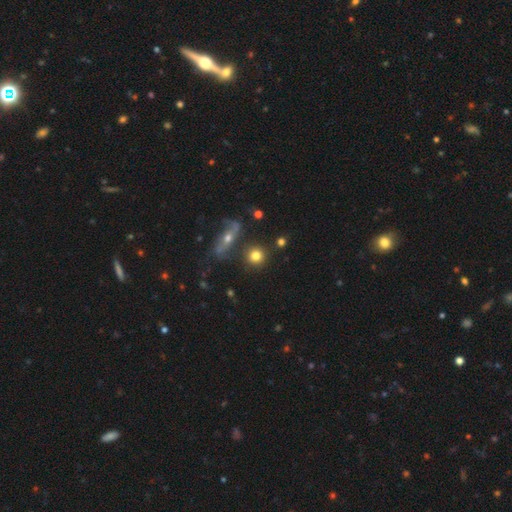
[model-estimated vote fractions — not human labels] smooth-or-featured: smooth: 77% | featured or disk: 12% | star or artifact: 11%
  how-rounded: round: 90% | in between: 8% | cigar-shaped: 2%
  merging: none: 80% | minor disturbance: 9% | merger: 8% | major disturbance: 4%